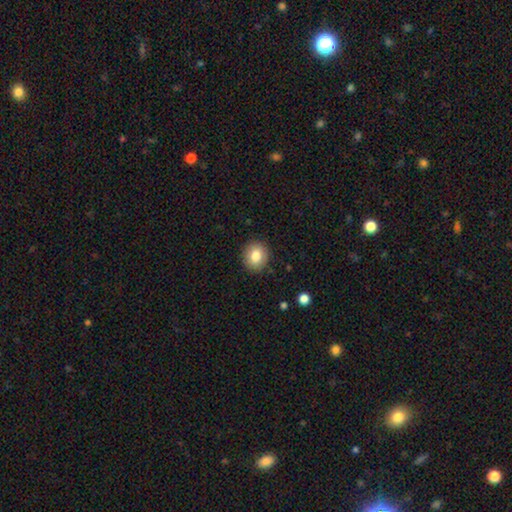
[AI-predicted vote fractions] This is clearly a smooth galaxy (82%). How rounded: likely round (79%). Merging: clearly none (89%).